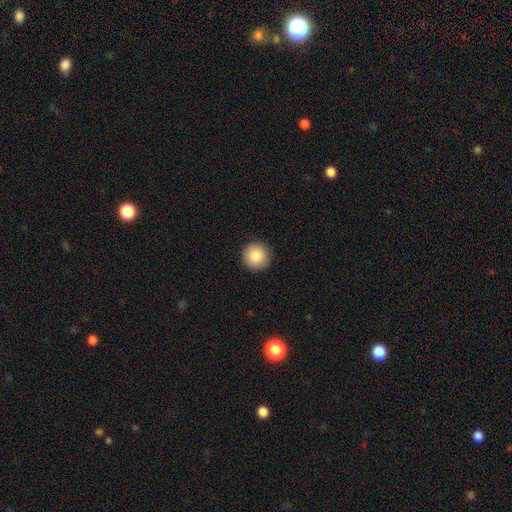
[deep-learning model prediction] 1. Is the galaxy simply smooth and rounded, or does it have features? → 86% smooth, 8% star or artifact, 6% featured or disk.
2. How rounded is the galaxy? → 96% round, 3% in between, 1% cigar-shaped.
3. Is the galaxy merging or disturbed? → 92% none, 5% minor disturbance, 2% major disturbance, 1% merger.